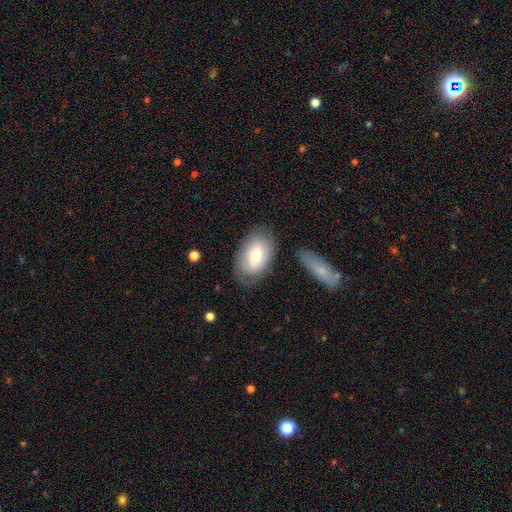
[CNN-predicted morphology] smooth_or_featured: smooth (p=0.62) [alt: featured or disk p=0.32]
how_rounded: in between (p=0.92) [alt: round p=0.07]
merging: none (p=0.76) [alt: minor disturbance p=0.15]